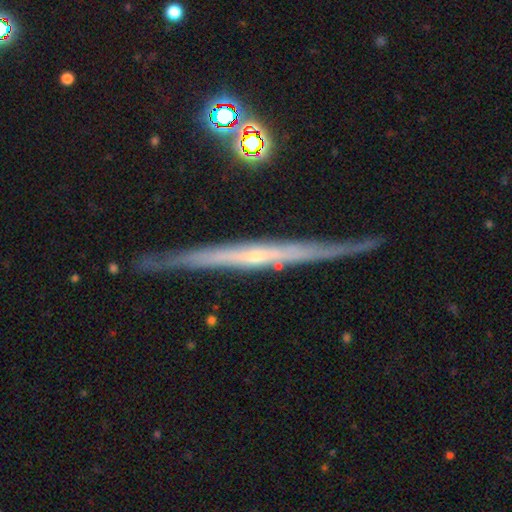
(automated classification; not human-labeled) Smooth or featured: featured or disk — 82% (smooth — 11%)
Edge-on disk: yes — 96% (no — 4%)
Edge-on bulge: none — 50% (rounded — 45%)
Merging: none — 85% (minor disturbance — 12%)